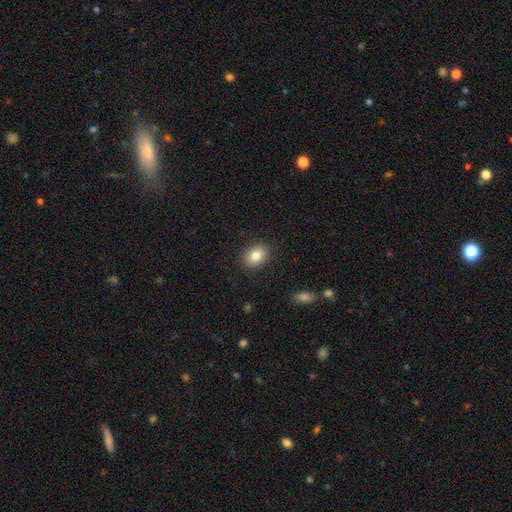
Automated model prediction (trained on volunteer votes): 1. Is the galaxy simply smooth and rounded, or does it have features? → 82% smooth, 10% featured or disk, 8% star or artifact.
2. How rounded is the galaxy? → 56% in between, 43% round, 1% cigar-shaped.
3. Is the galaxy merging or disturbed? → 89% none, 8% minor disturbance, 2% major disturbance, 1% merger.